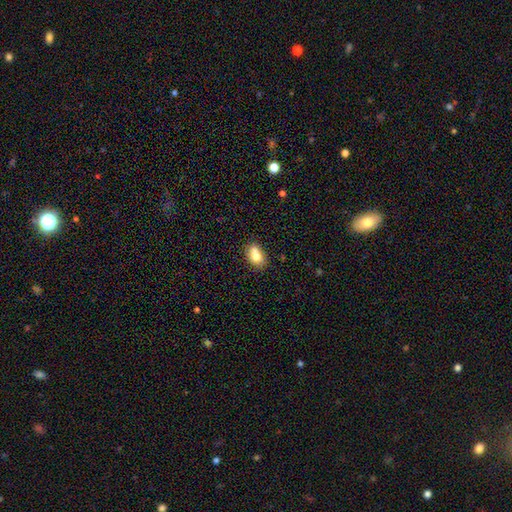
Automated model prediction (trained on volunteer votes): This appears to be a smooth galaxy with no disk features (75%) that is in between round and cigar-shaped (77%). Merging: none (51%).